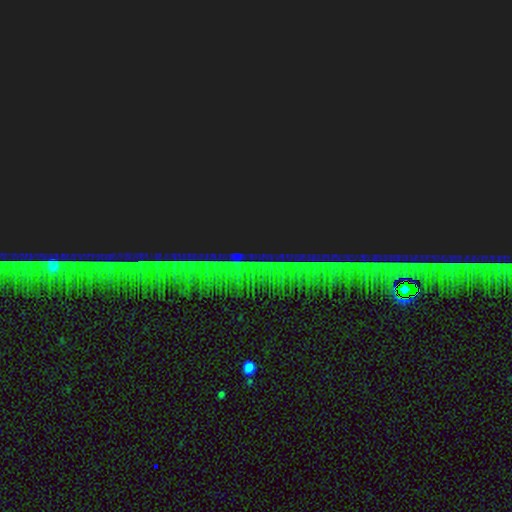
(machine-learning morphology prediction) This is clearly a star or artifact rather than a galaxy (86%).